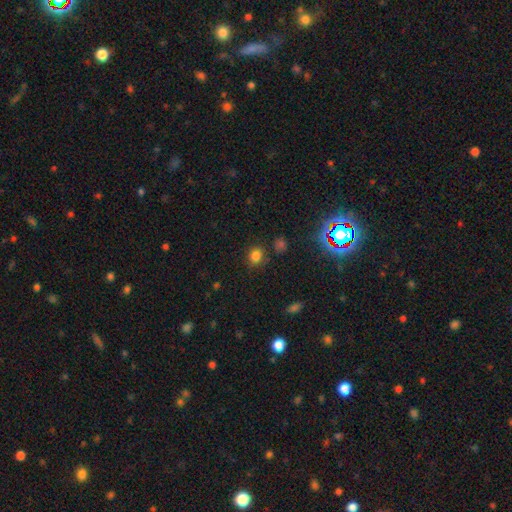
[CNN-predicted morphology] Smooth or featured? smooth (78%)
How rounded? round (70%)
Merging? none (78%)